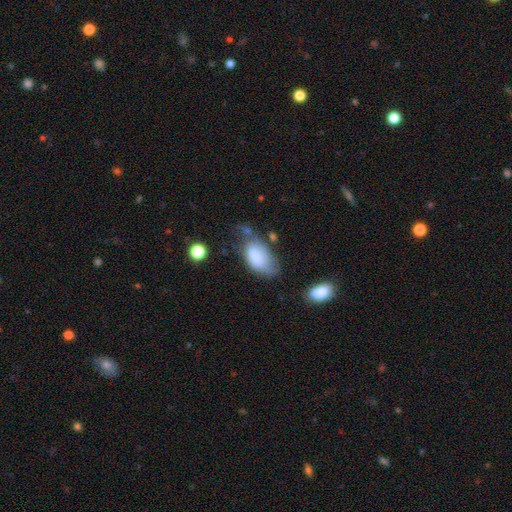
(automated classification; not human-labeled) Overall: smooth (74%). How rounded: in between (93%). Merging: minor disturbance (36%; none 31%).